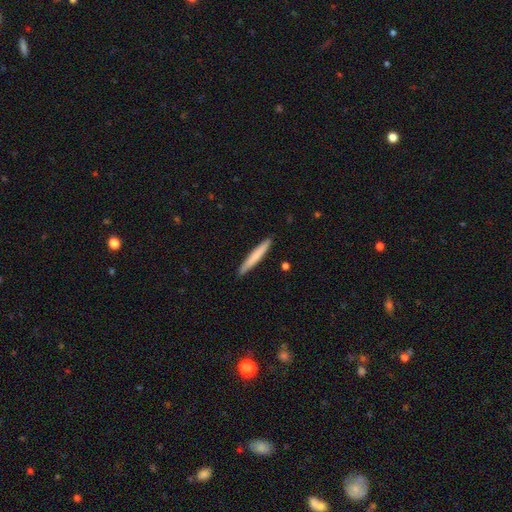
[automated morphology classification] Smooth or featured: smooth — 72% (featured or disk — 23%)
How rounded: cigar-shaped — 96% (in between — 3%)
Merging: none — 90% (minor disturbance — 7%)